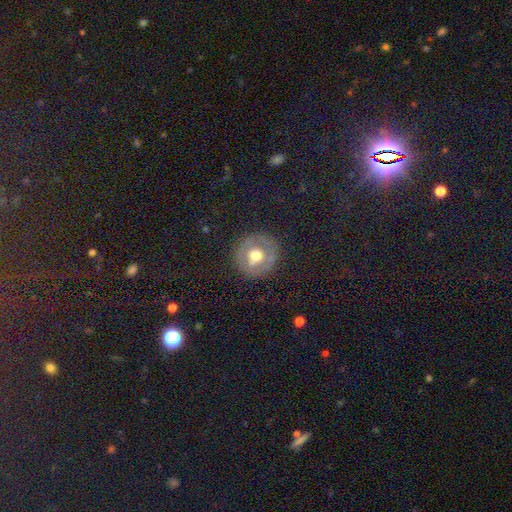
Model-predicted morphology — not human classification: Q: Smooth or featured?
A: smooth (45%); runner-up: featured or disk (44%)
Q: Merging?
A: none (83%); runner-up: minor disturbance (11%)